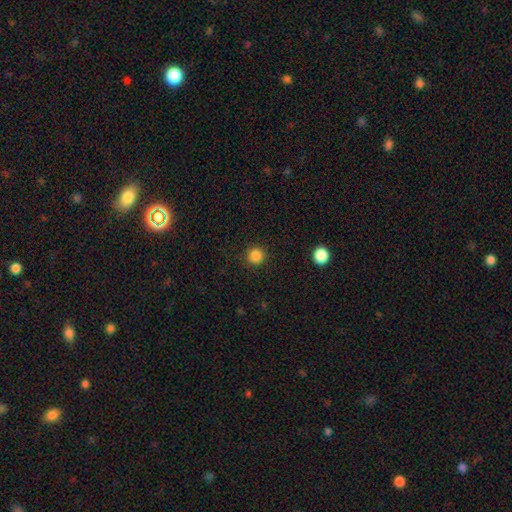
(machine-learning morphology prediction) Smooth or featured? Predicted: smooth (p=0.85). How rounded? Predicted: round (p=0.94). Merging? Predicted: none (p=0.91).